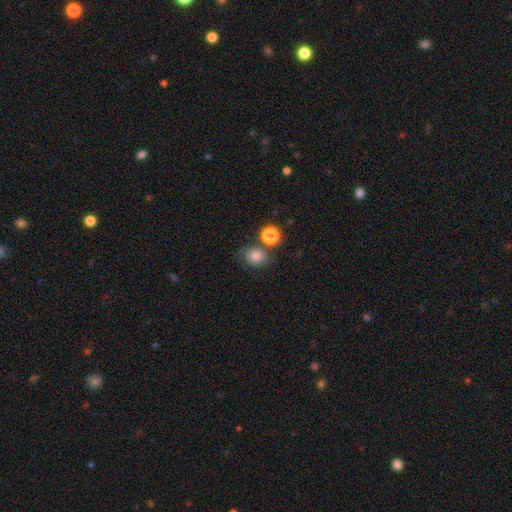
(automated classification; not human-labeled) This is likely a smooth galaxy (80%). How rounded: likely round (65%). Merging: possibly none (60%).